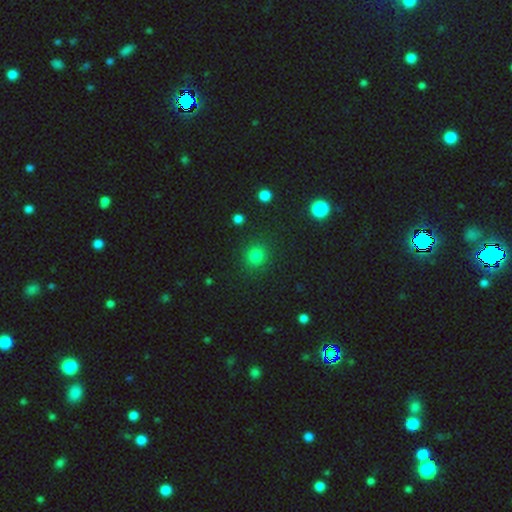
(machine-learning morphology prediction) Smooth or featured?
  - smooth: 81% *
  - star or artifact: 15%
  - featured or disk: 4%
How rounded?
  - round: 89% *
  - in between: 10%
  - cigar-shaped: 1%
Merging?
  - none: 89% *
  - minor disturbance: 7%
  - major disturbance: 3%
  - merger: 2%